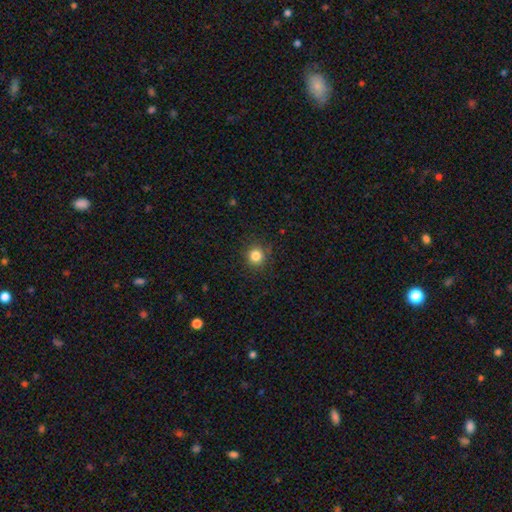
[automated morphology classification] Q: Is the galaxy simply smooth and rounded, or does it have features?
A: smooth — 83%.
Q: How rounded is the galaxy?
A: round — 93%.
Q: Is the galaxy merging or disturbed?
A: none — 89%.